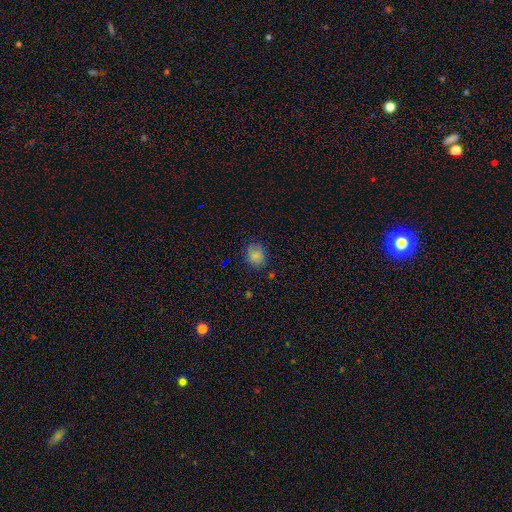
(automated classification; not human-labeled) Overall: smooth (82%). How rounded: round (78%). Merging: none (81%).